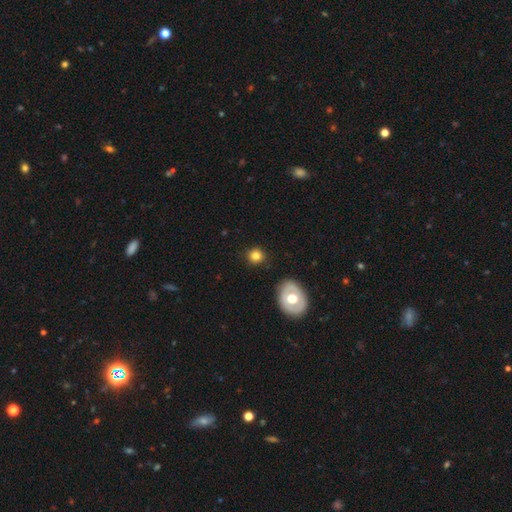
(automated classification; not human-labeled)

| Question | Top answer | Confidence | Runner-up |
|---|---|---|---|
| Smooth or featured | smooth | 77% | featured or disk (12%) |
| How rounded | round | 87% | in between (12%) |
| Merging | none | 86% | minor disturbance (9%) |